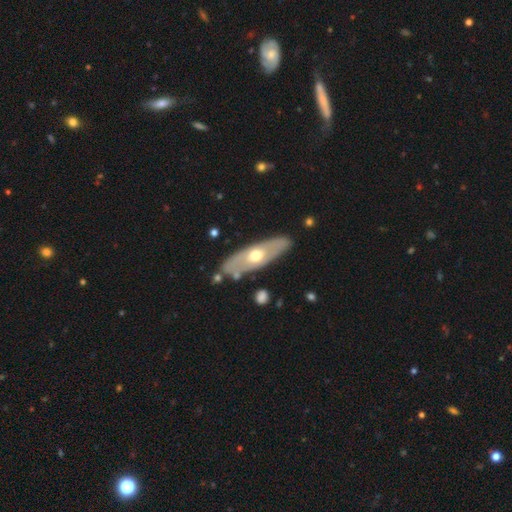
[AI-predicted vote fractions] This is possibly a featured or disk galaxy (55%). It is possibly not viewed edge-on (59%). Merging: clearly none (82%).